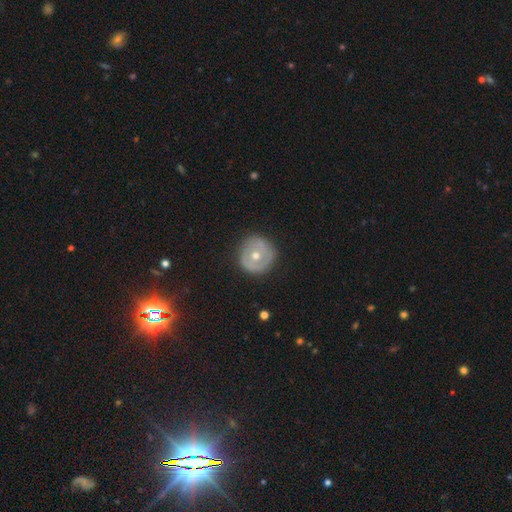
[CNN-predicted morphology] The model was most divided on "smooth or featured": featured or disk: 51%, smooth: 38%, star or artifact: 10%. More confident: edge-on disk — no (94%); merging — none (85%).